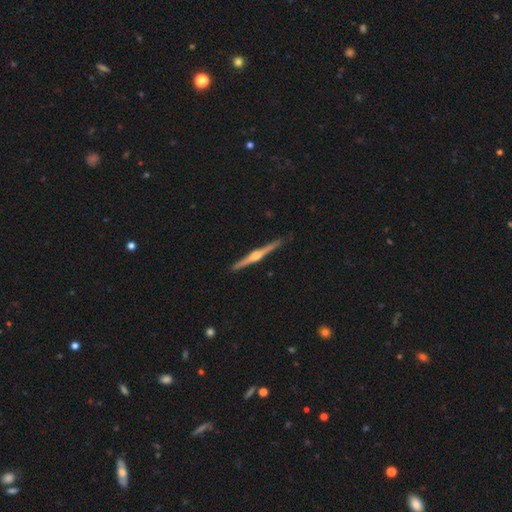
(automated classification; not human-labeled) Smooth or featured? featured or disk (84%)
Edge-on disk? yes (99%)
Edge-on bulge? rounded (92%)
Merging? none (91%)